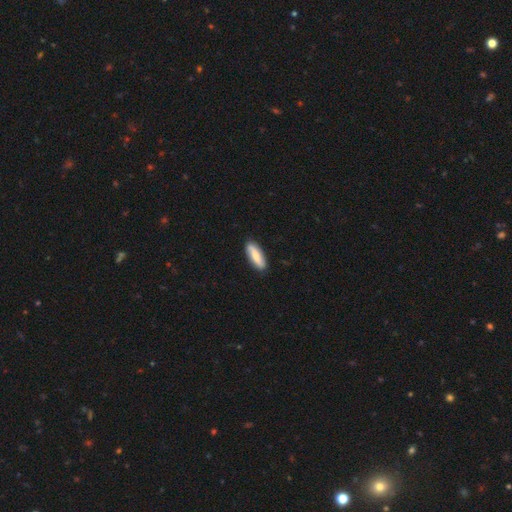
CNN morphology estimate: smooth 72%, featured or disk 23%, star or artifact 5%. Down the decision tree: how rounded — in between (54%); merging — none (88%).